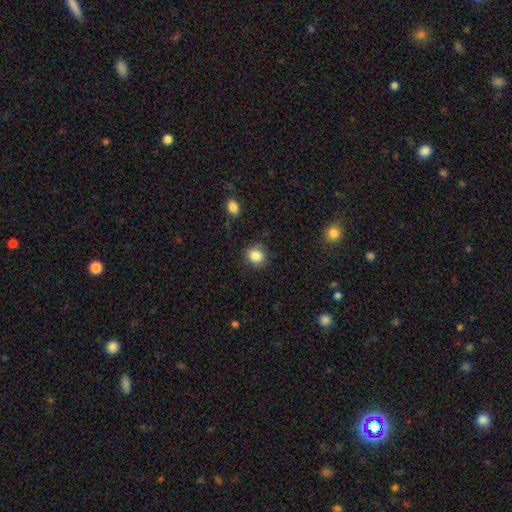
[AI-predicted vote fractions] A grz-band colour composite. It shows a smooth galaxy with no disk features (86%) that is round (73%). Merging: none (80%).